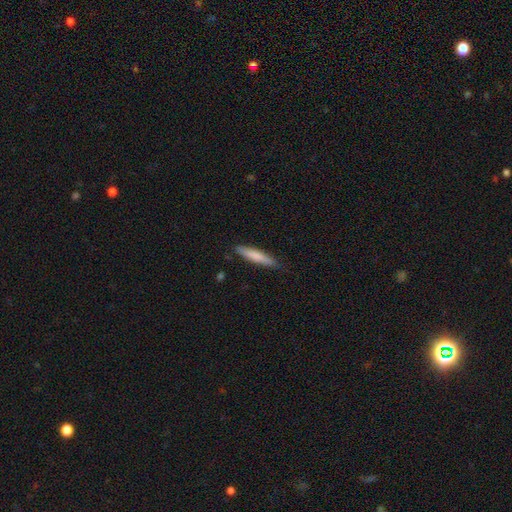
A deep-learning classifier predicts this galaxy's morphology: smooth_or_featured: smooth (p=0.74) [alt: featured or disk p=0.21]
how_rounded: cigar-shaped (p=0.90) [alt: in between p=0.09]
merging: none (p=0.83) [alt: minor disturbance p=0.14]